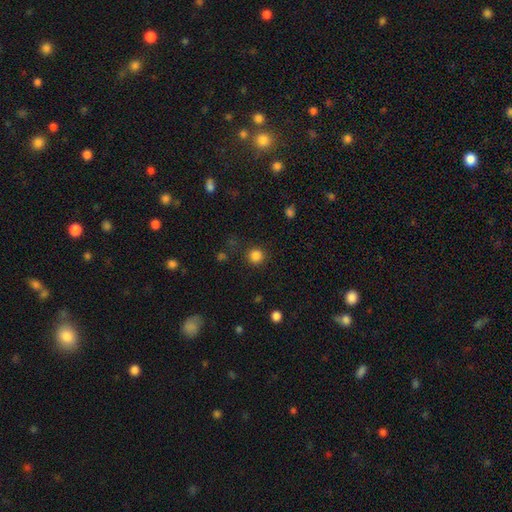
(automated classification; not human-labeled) This appears to be a smooth galaxy with no disk features (84%) that is round (94%). Merging: none (88%).